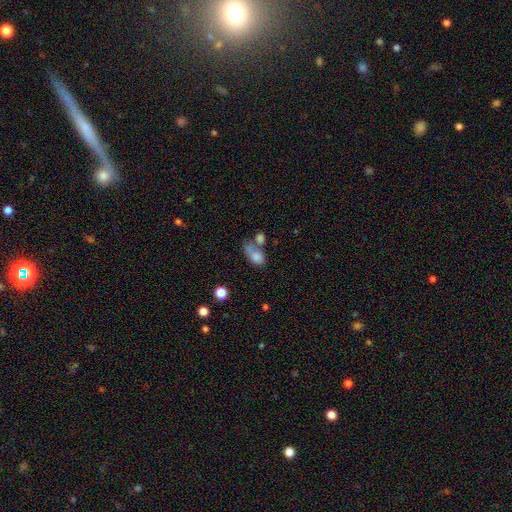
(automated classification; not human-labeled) This appears to be a smooth galaxy with no disk features (76%) that is in between round and cigar-shaped (77%). Merging: merger (47%).